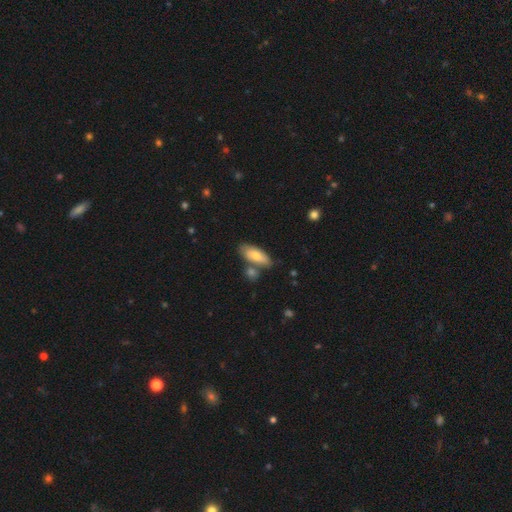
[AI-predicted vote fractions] smooth-or-featured: smooth: 72% | featured or disk: 22% | star or artifact: 6%
  how-rounded: in between: 78% | cigar-shaped: 19% | round: 3%
  merging: none: 64% | merger: 17% | minor disturbance: 16% | major disturbance: 4%